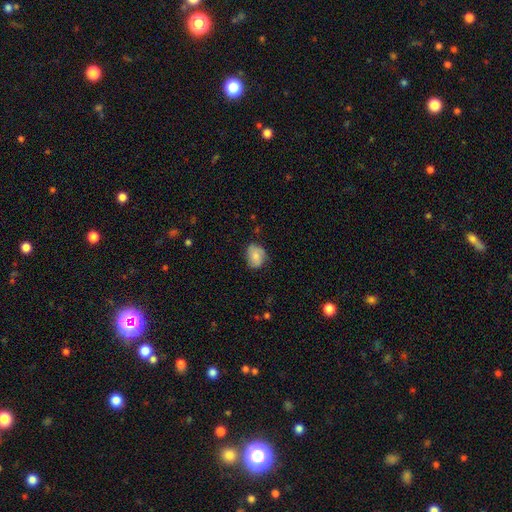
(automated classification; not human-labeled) smooth-or-featured: smooth: 69% | featured or disk: 24% | star or artifact: 8%
  how-rounded: in between: 53% | round: 46% | cigar-shaped: 1%
  merging: none: 65% | minor disturbance: 27% | major disturbance: 6% | merger: 1%